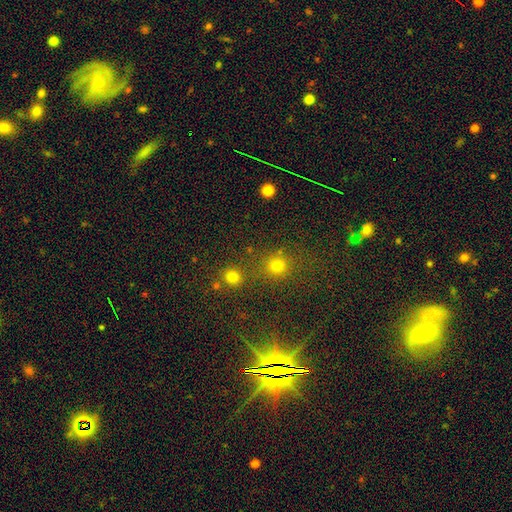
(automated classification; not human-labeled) Smooth or featured: star or artifact — 62% (smooth — 27%)